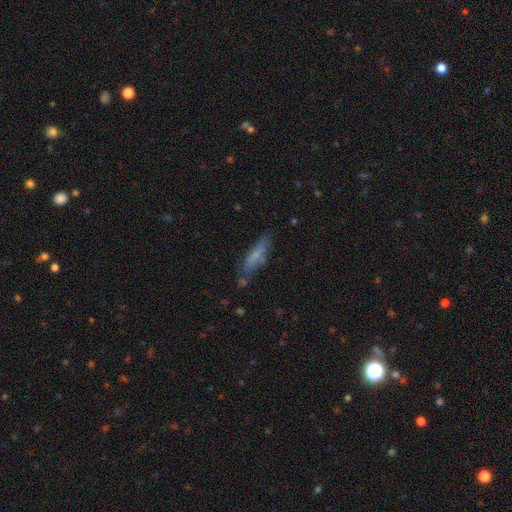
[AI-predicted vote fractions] Morphology: type=smooth (71%); roundness=cigar-shaped (72%); merging=none (69%).